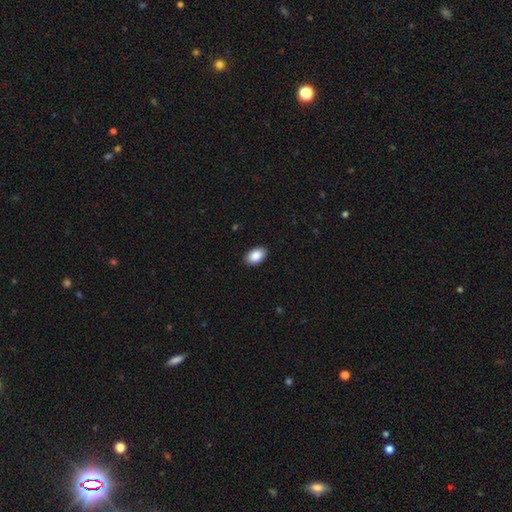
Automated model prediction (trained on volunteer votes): This appears to be a smooth galaxy with no disk features (89%) that is in between round and cigar-shaped (90%). Merging: none (89%).